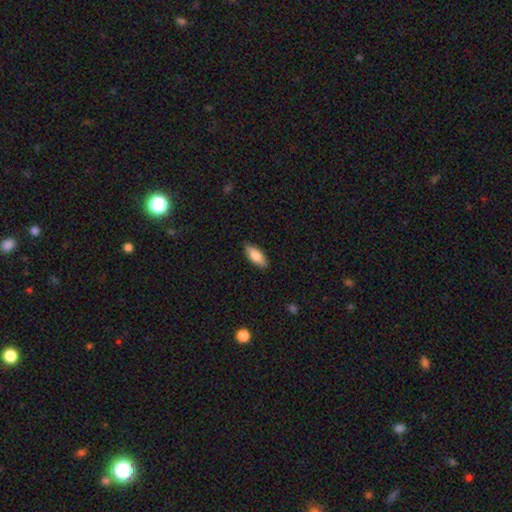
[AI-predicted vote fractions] A smooth galaxy with no disk features (83%) that is in between round and cigar-shaped (81%). Merging: none (86%).